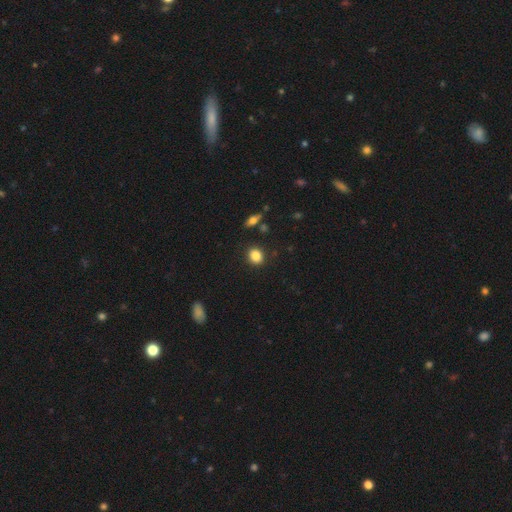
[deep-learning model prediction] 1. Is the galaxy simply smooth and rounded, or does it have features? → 86% smooth, 9% star or artifact, 5% featured or disk.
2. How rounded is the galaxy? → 67% round, 32% in between, 1% cigar-shaped.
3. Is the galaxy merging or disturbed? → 88% none, 7% minor disturbance, 2% major disturbance, 2% merger.